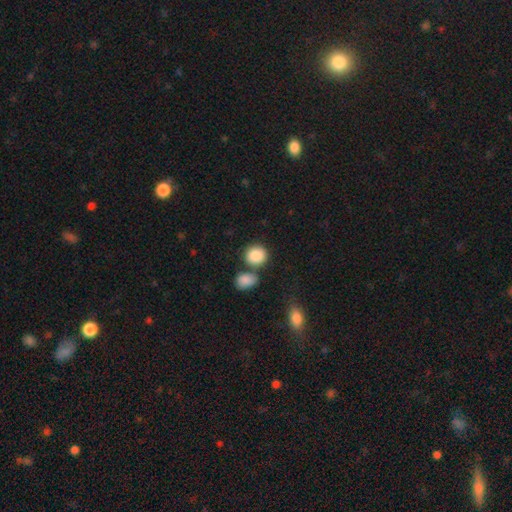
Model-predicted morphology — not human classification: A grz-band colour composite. It shows a smooth galaxy with no disk features (88%) that is round (78%). Merging: none (59%).